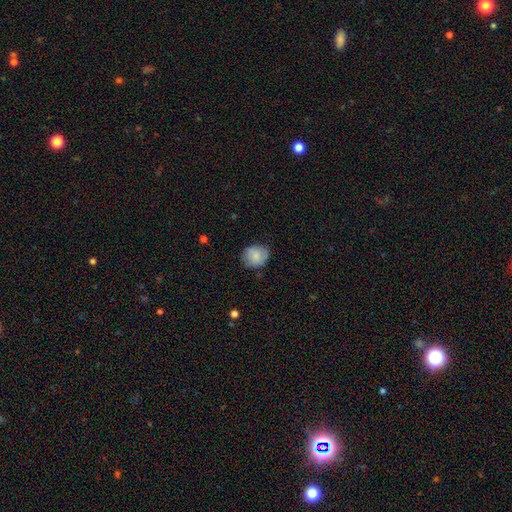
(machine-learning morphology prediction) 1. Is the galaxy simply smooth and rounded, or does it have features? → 83% smooth, 10% featured or disk, 7% star or artifact.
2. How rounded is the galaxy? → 67% round, 32% in between, 1% cigar-shaped.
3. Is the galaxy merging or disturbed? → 78% none, 17% minor disturbance, 4% major disturbance, 1% merger.